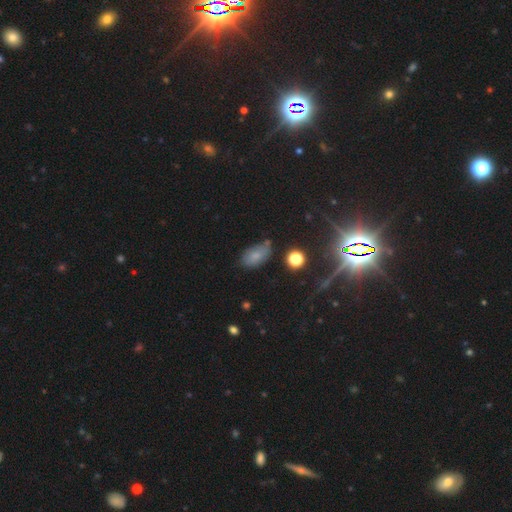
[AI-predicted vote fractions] Smooth or featured? Predicted: smooth (p=0.75). How rounded? Predicted: in between (p=0.91). Merging? Predicted: none (p=0.56).